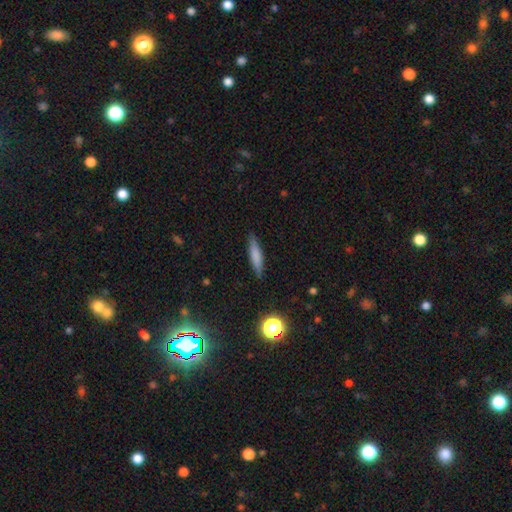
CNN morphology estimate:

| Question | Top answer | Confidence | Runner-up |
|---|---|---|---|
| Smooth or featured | smooth | 69% | featured or disk (23%) |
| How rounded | cigar-shaped | 82% | in between (16%) |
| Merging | none | 85% | minor disturbance (12%) |